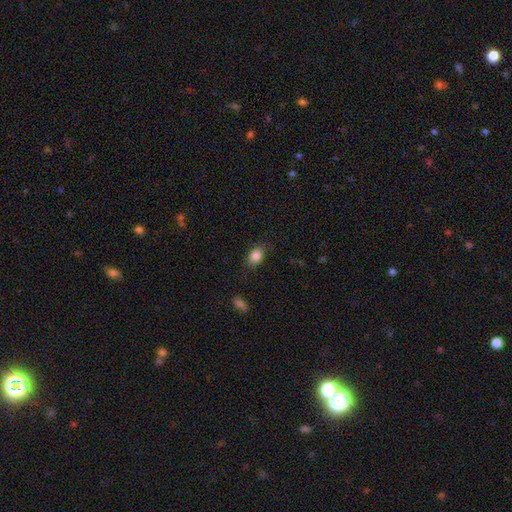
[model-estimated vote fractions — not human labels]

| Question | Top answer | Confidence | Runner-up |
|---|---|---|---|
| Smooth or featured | smooth | 85% | star or artifact (9%) |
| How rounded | in between | 79% | round (20%) |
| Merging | none | 81% | minor disturbance (14%) |